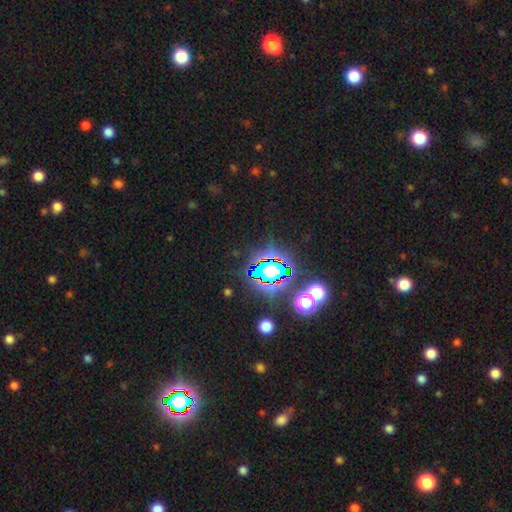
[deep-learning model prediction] smooth-or-featured: star or artifact: 80% | smooth: 12% | featured or disk: 7%